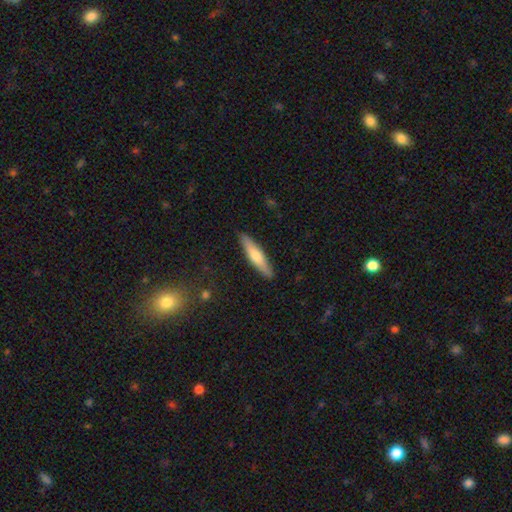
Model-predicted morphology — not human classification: smooth 59%, featured or disk 36%, star or artifact 6%. Down the decision tree: how rounded — cigar-shaped (85%); merging — none (89%).